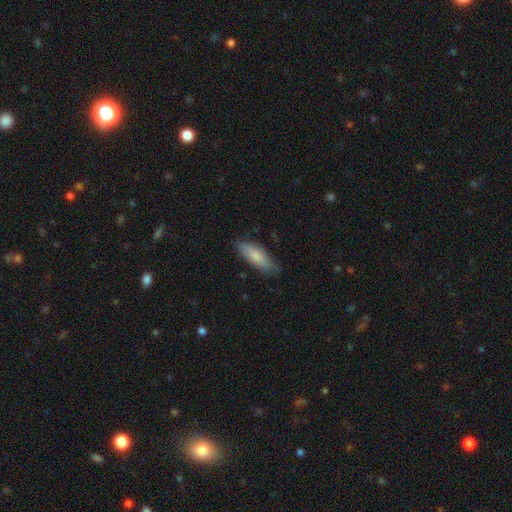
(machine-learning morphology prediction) smooth-or-featured: smooth: 79% | featured or disk: 16% | star or artifact: 6%
  how-rounded: in between: 58% | cigar-shaped: 40% | round: 2%
  merging: none: 74% | minor disturbance: 21% | major disturbance: 4% | merger: 1%